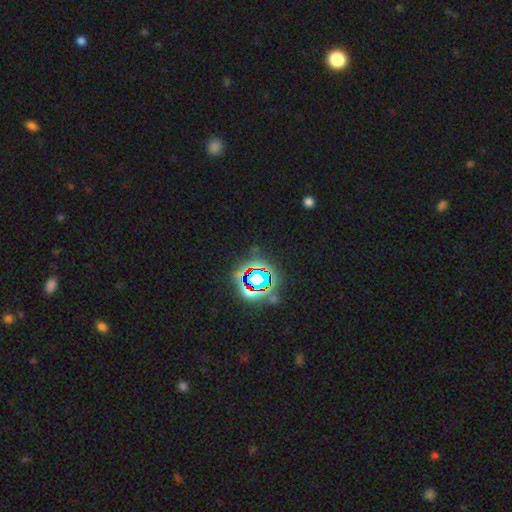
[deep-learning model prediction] A star or artifact, not a galaxy (82%).

Vote fractions:
- Smooth or featured? star or artifact: 82% / smooth: 11% / featured or disk: 7%